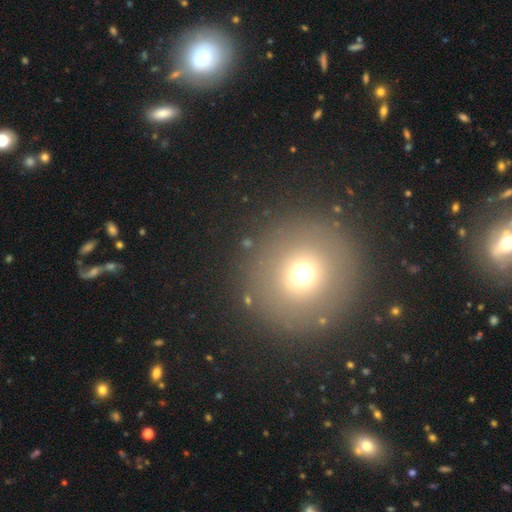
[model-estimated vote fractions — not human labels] Morphology: type=smooth (68%); roundness=round (95%); merging=none (89%).